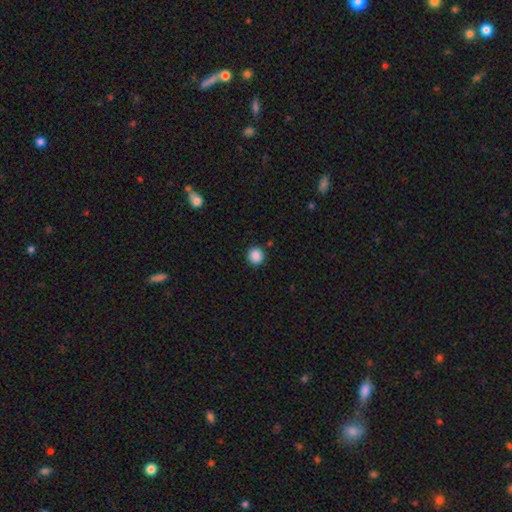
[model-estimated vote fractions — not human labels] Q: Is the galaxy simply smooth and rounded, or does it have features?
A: smooth — 88%.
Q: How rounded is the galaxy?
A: round — 91%.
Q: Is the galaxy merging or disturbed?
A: none — 90%.